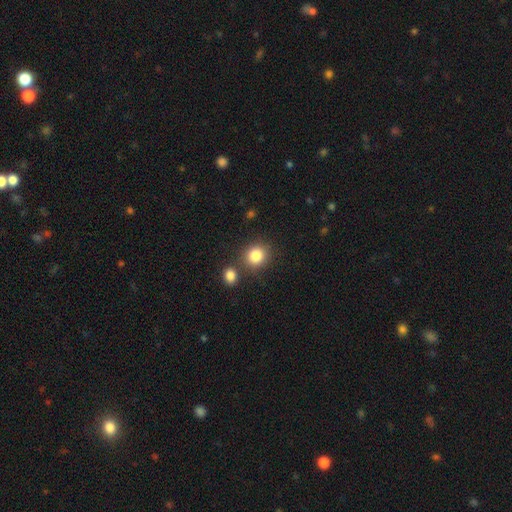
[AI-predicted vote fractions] Smooth or featured?
  - smooth: 84% *
  - star or artifact: 10%
  - featured or disk: 6%
How rounded?
  - round: 82% *
  - in between: 17%
  - cigar-shaped: 1%
Merging?
  - none: 75% *
  - merger: 13%
  - minor disturbance: 9%
  - major disturbance: 3%